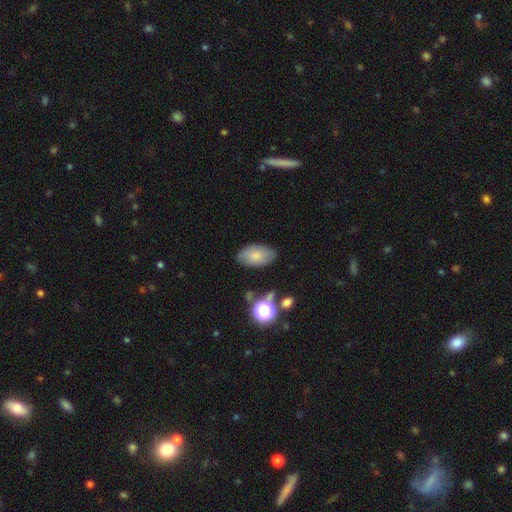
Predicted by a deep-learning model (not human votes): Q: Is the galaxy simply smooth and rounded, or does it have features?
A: smooth — 77%.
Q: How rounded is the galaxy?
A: in between — 94%.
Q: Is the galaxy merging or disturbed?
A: none — 79%.